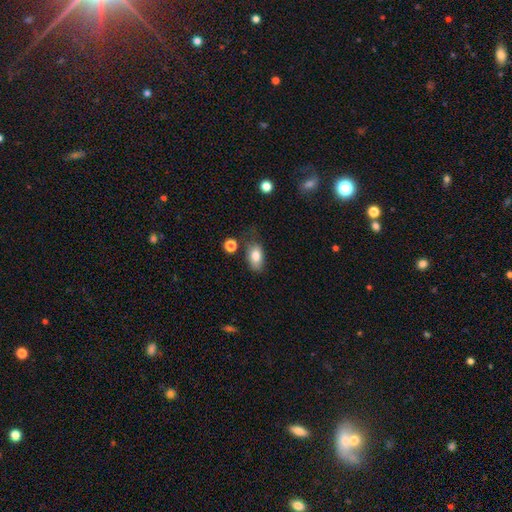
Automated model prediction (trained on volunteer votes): A smooth galaxy with no disk features (81%) that is in between round and cigar-shaped (88%). Merging: none (58%).